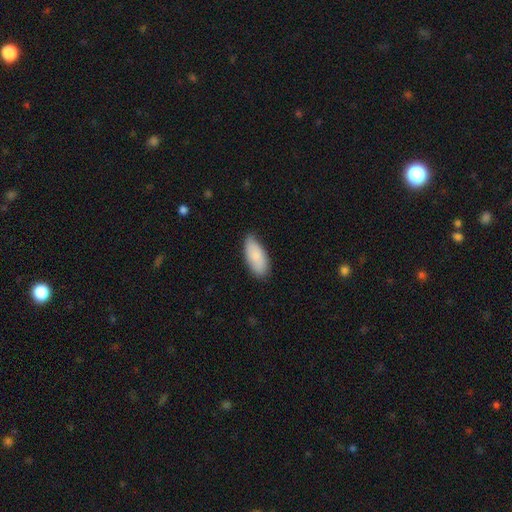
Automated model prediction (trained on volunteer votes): A smooth galaxy with no disk features (86%) that is in between round and cigar-shaped (86%).

Vote fractions:
- Smooth or featured? smooth: 86% / featured or disk: 8% / star or artifact: 6%
- How rounded? in between: 86% / cigar-shaped: 12% / round: 2%
- Merging? none: 75% / minor disturbance: 21% / major disturbance: 3% / merger: 1%